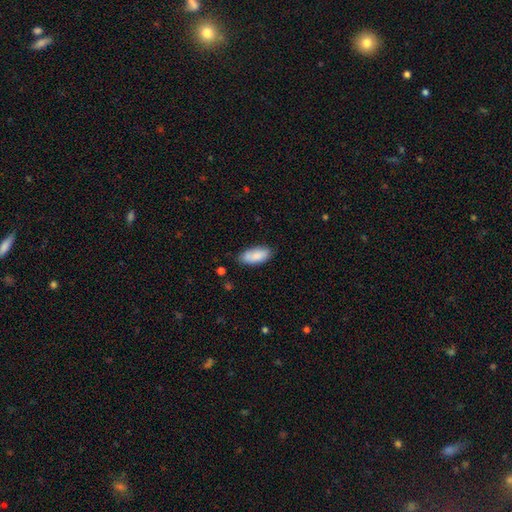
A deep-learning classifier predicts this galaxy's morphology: A smooth galaxy with no disk features (86%) that is in between round and cigar-shaped (89%). Merging: none (77%).